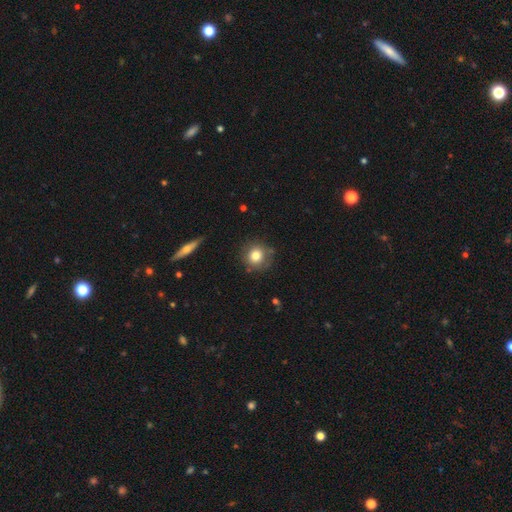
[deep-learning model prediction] Overall: smooth (79%). How rounded: round (90%). Merging: none (81%).